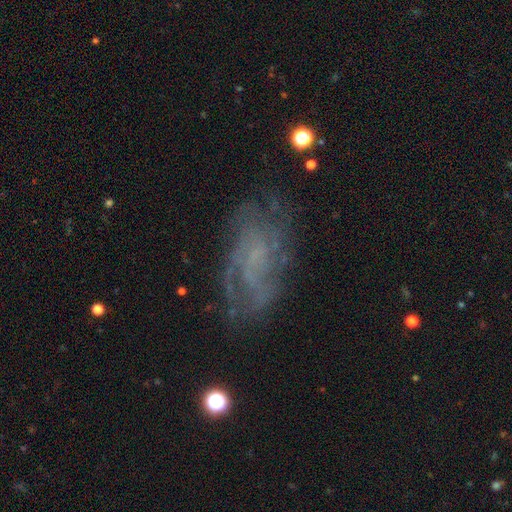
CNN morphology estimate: This appears to be a featured or disk galaxy (68%) with no bar (70%), tight (39%) spiral arms (78%) and no central bulge (60%). Merging: none (65%).